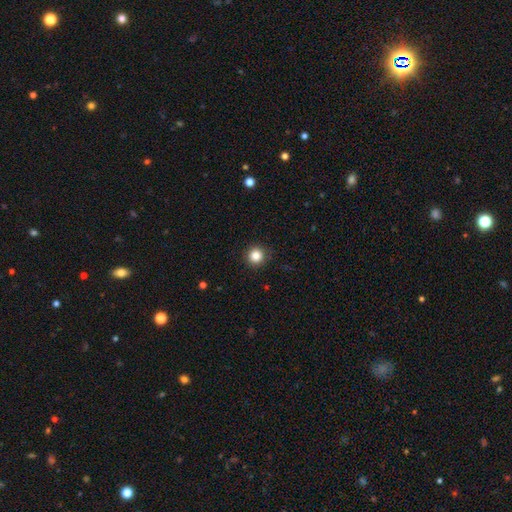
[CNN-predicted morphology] The model was most divided on "smooth or featured": smooth: 84%, star or artifact: 11%, featured or disk: 4%. More confident: how rounded — round (94%); merging — none (90%).